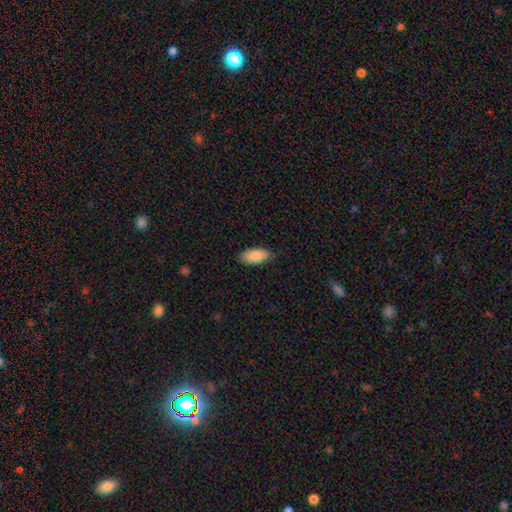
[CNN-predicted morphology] This appears to be a smooth galaxy with no disk features (87%) that is in between round and cigar-shaped (90%). Merging: none (81%).